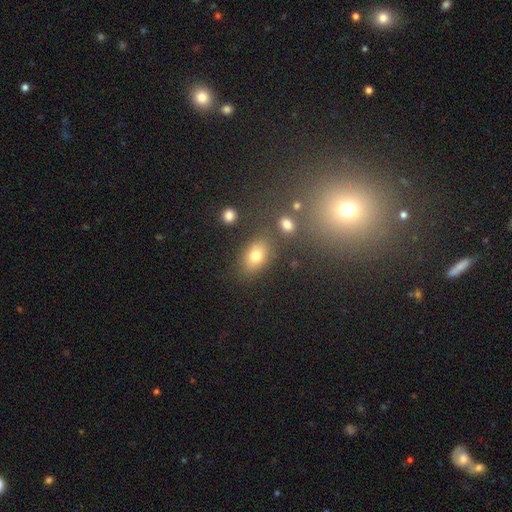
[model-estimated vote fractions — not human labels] A smooth galaxy with no disk features (74%) that is in between round and cigar-shaped (76%).

Vote fractions:
- Smooth or featured? smooth: 74% / star or artifact: 14% / featured or disk: 12%
- How rounded? in between: 76% / round: 21% / cigar-shaped: 3%
- Merging? none: 74% / minor disturbance: 13% / merger: 8% / major disturbance: 5%